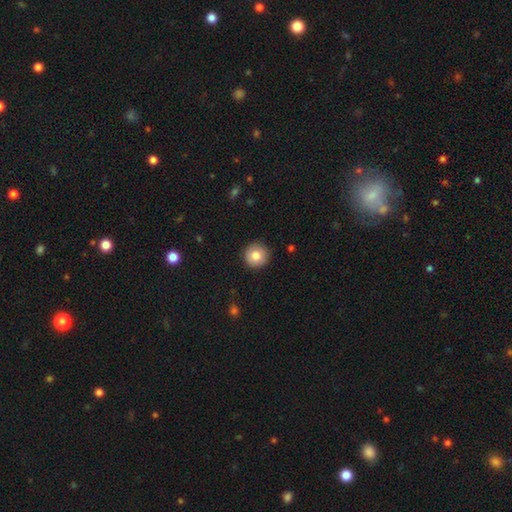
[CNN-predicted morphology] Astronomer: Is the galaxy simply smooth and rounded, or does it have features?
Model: smooth — 83%.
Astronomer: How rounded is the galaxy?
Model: round — 96%.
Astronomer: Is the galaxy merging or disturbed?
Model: none — 91%.